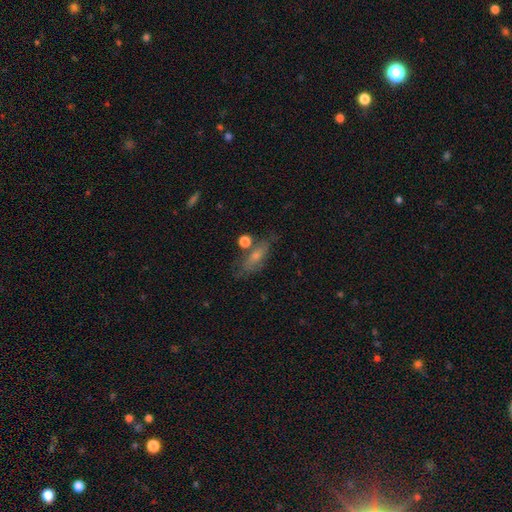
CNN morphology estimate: The model was most divided on "smooth or featured": smooth: 45%, featured or disk: 38%, star or artifact: 17%. More confident: merging — none (61%).